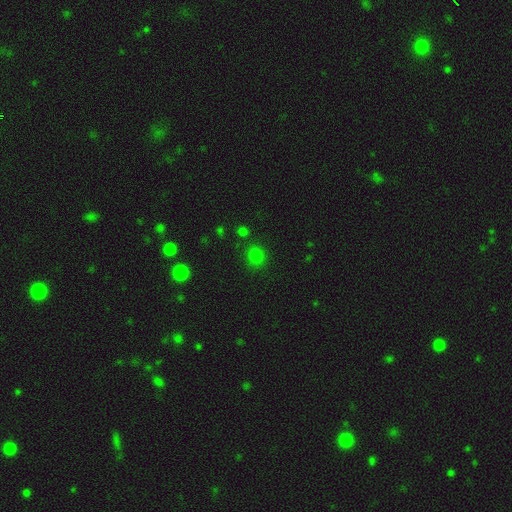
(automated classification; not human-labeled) Smooth or featured? smooth (77%)
How rounded? round (86%)
Merging? none (84%)